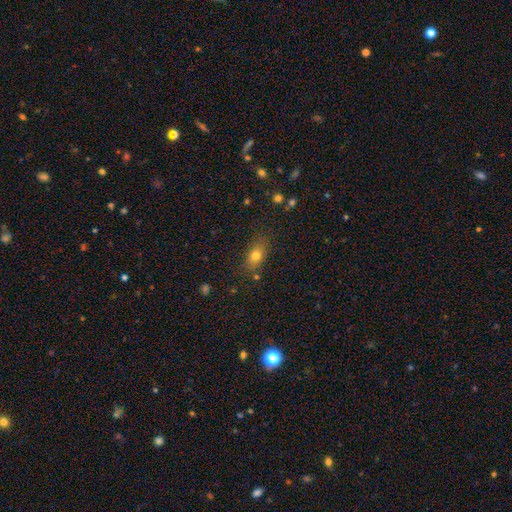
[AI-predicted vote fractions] smooth_or_featured: smooth (p=0.75) [alt: featured or disk p=0.13]
how_rounded: in between (p=0.74) [alt: round p=0.20]
merging: none (p=0.75) [alt: minor disturbance p=0.16]